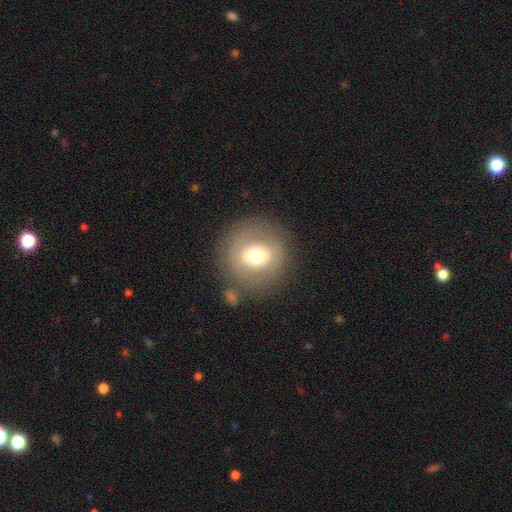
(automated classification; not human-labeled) This appears to be a smooth galaxy with no disk features (59%) that is round (91%). Merging: none (79%).